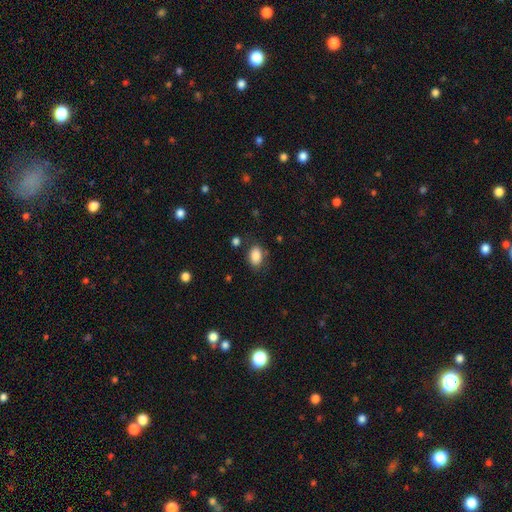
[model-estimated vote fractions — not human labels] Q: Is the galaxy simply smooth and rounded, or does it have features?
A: smooth — 86%.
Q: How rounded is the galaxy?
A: in between — 85%.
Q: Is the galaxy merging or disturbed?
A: none — 76%.